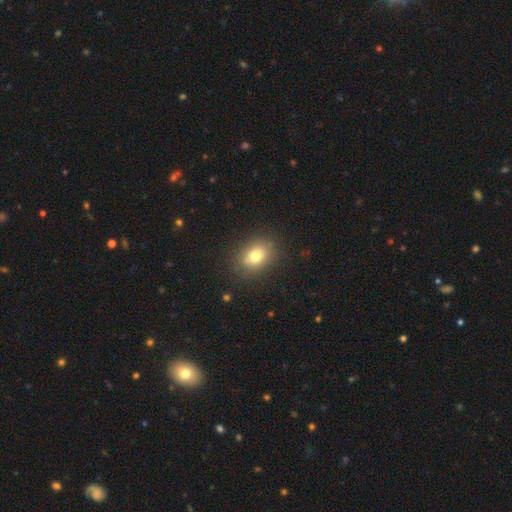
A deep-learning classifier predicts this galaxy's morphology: The model was most divided on "how rounded": in between: 57%, round: 42%, cigar-shaped: 1%. More confident: merging — none (83%); smooth or featured — smooth (76%).